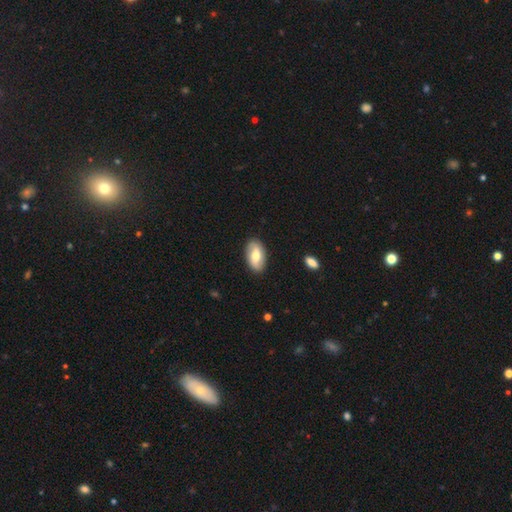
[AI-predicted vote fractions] Smooth or featured? smooth (56%)
How rounded? in between (93%)
Merging? none (87%)